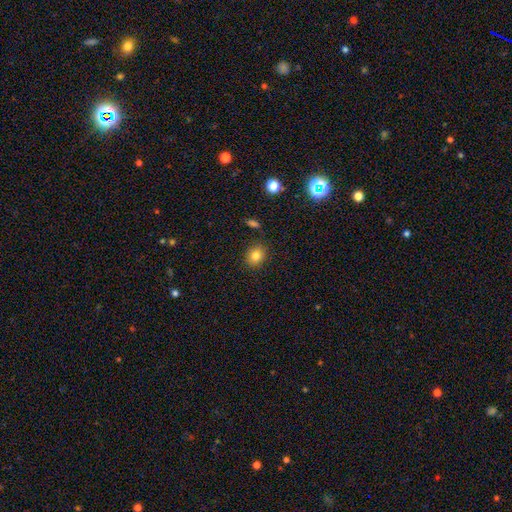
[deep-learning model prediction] Smooth or featured: smooth — 81% (star or artifact — 11%)
How rounded: round — 62% (in between — 37%)
Merging: none — 86% (minor disturbance — 9%)